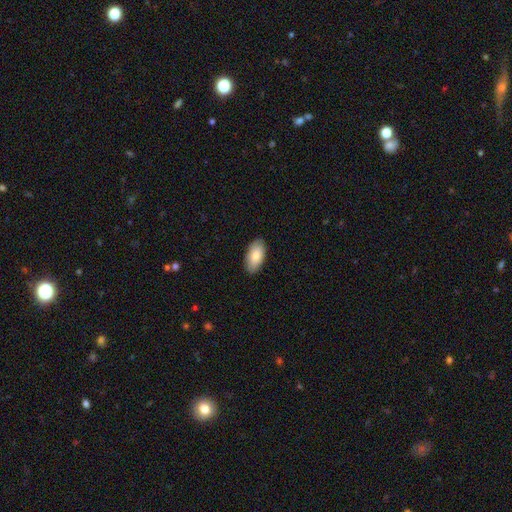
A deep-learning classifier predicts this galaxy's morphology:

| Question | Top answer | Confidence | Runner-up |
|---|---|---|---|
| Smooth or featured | smooth | 85% | featured or disk (9%) |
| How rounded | in between | 94% | cigar-shaped (4%) |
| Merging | none | 88% | minor disturbance (9%) |